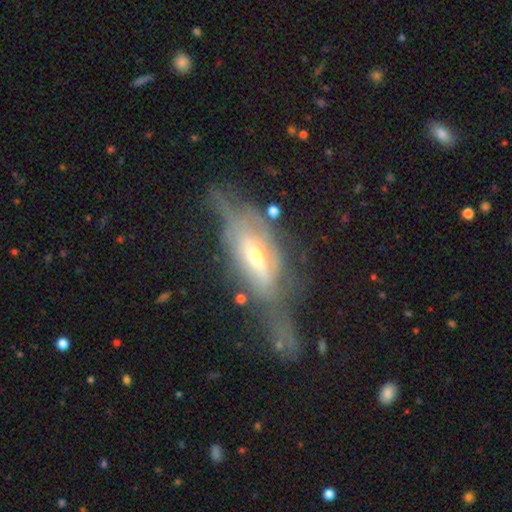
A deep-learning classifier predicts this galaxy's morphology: Overall: featured or disk (71%). Edge-on disk: yes (50%, tied with no). Merging: major disturbance (37%; none 32%).